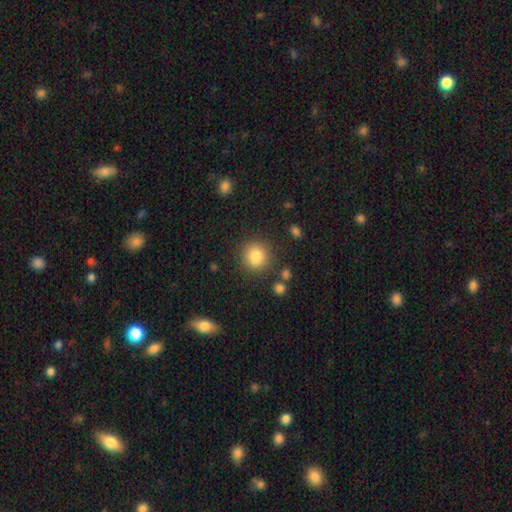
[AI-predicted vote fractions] Smooth or featured? Predicted: smooth (p=0.83). How rounded? Predicted: round (p=0.83). Merging? Predicted: none (p=0.82).